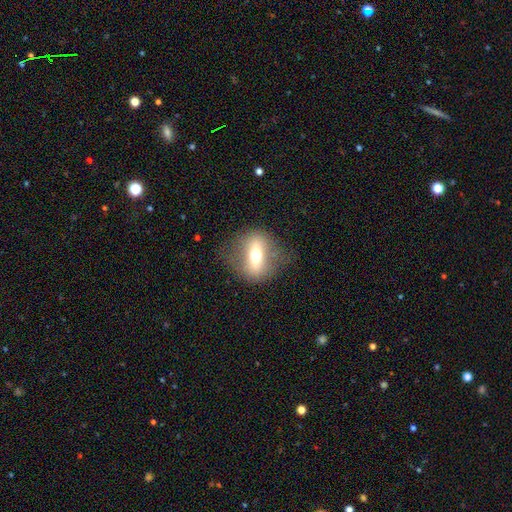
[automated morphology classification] This appears to be a featured or disk galaxy (45%, tied with smooth). Merging: none (74%).